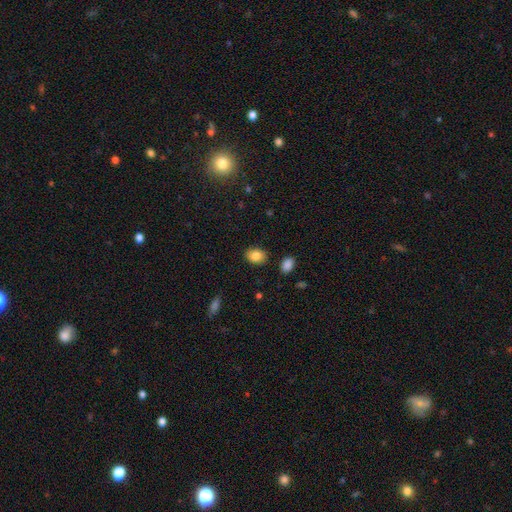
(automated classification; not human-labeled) smooth_or_featured: smooth (p=0.86) [alt: star or artifact p=0.08]
how_rounded: in between (p=0.70) [alt: round p=0.29]
merging: none (p=0.88) [alt: minor disturbance p=0.08]